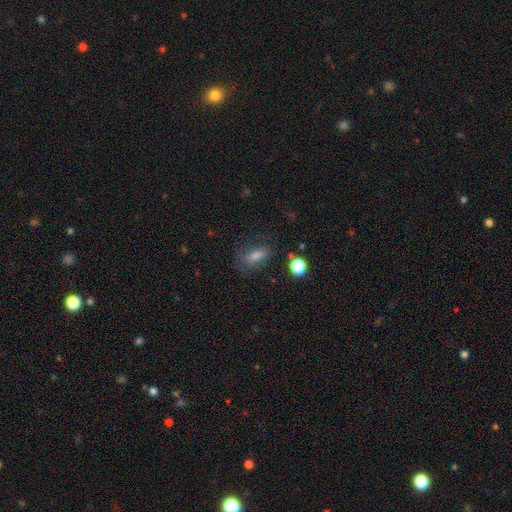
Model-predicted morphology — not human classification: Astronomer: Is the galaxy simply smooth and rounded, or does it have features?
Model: smooth — 68%.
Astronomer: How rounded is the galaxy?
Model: in between — 75%.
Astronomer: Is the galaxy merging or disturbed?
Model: none — 62%.